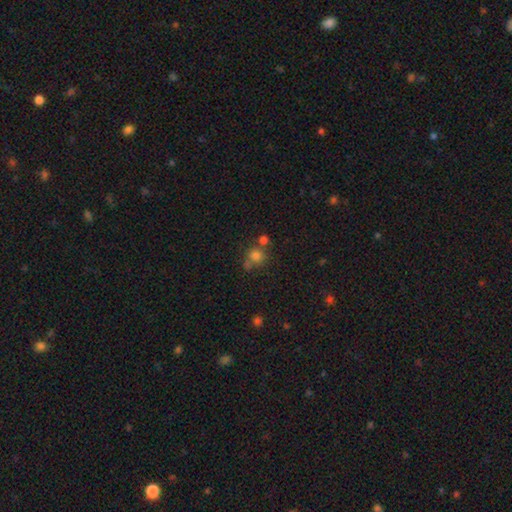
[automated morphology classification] This appears to be a smooth galaxy with no disk features (76%) that is round (85%). Merging: none (55%).